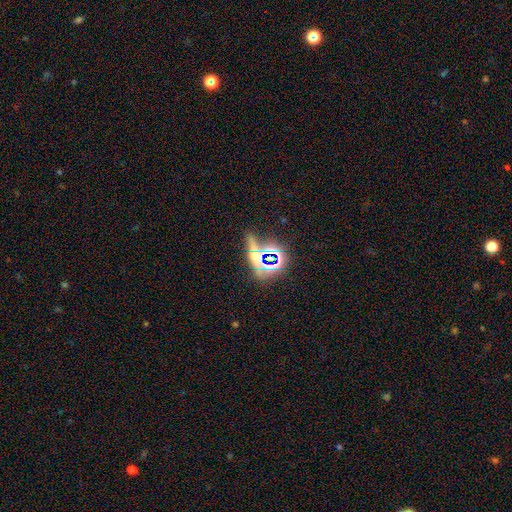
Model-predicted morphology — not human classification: Smooth or featured? Predicted: star or artifact (p=0.55).